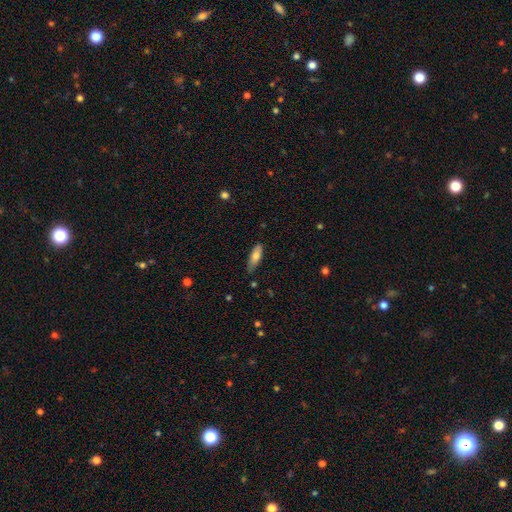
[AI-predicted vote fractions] This appears to be a smooth galaxy with no disk features (74%) that is in between round and cigar-shaped (54%). Merging: none (76%).